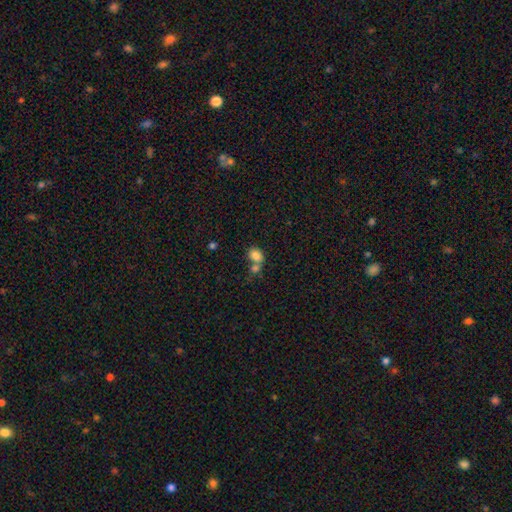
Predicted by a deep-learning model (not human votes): smooth 82%, star or artifact 10%, featured or disk 8%. Down the decision tree: how rounded — in between (67%); merging — merger (49%).